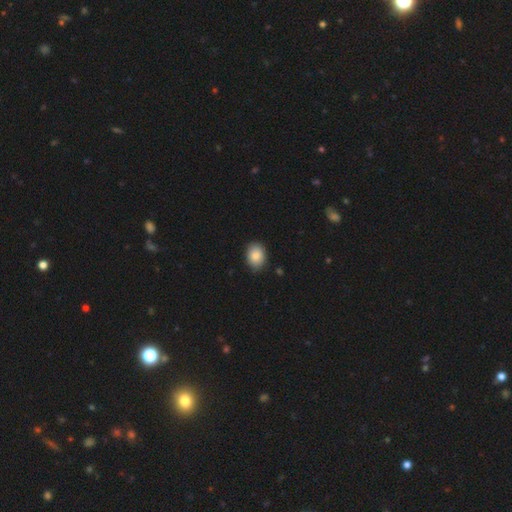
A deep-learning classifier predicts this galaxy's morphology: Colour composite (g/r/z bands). It shows a smooth galaxy with no disk features (86%) that is in between round and cigar-shaped (63%). Merging: none (86%).